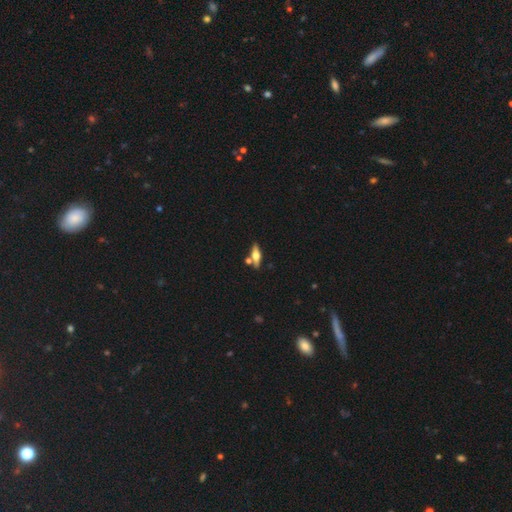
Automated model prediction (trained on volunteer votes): This is possibly a featured or disk galaxy (55%). It is clearly viewed edge-on (92%). Edge-on bulge: clearly rounded (93%). Merging: likely none (73%).